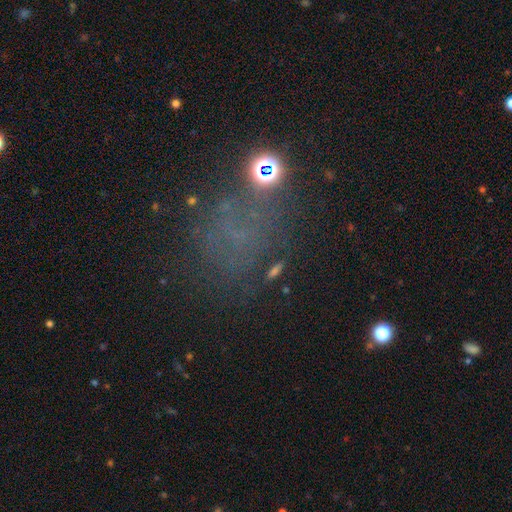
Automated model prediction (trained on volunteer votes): star or artifact 44%, smooth 35%, featured or disk 20%.